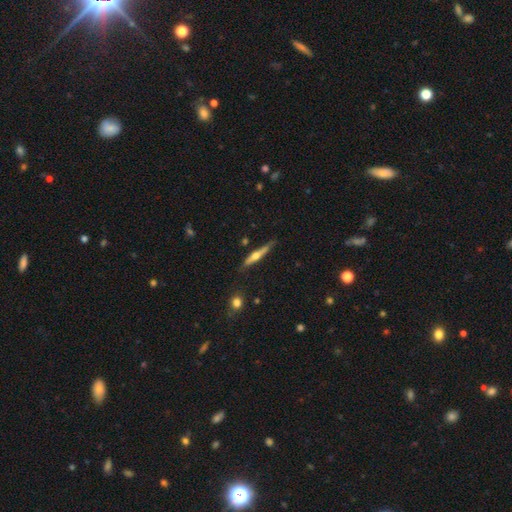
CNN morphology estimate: Smooth or featured? Predicted: featured or disk (p=0.61). Edge-on disk? Predicted: yes (p=0.96). Edge-on bulge? Predicted: rounded (p=0.89). Merging? Predicted: none (p=0.77).